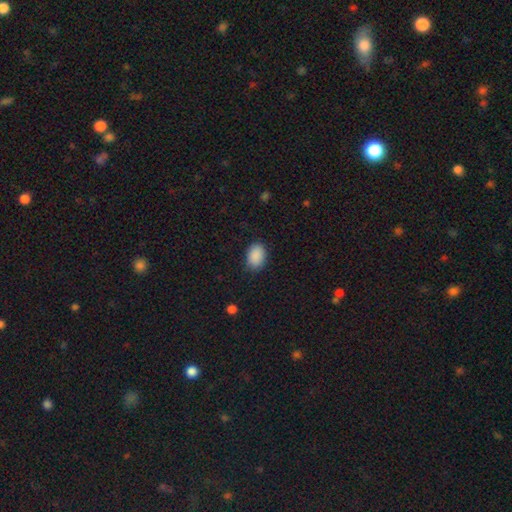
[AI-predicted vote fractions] Q: Smooth or featured?
A: smooth (90%); runner-up: star or artifact (7%)
Q: How rounded?
A: in between (86%); runner-up: round (13%)
Q: Merging?
A: none (85%); runner-up: minor disturbance (12%)